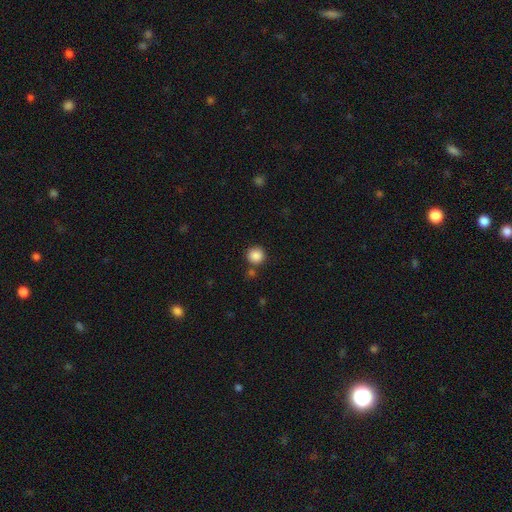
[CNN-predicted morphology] A smooth galaxy with no disk features (87%) that is round (94%).

Vote fractions:
- Smooth or featured? smooth: 87% / star or artifact: 10% / featured or disk: 3%
- How rounded? round: 94% / in between: 5% / cigar-shaped: 1%
- Merging? none: 81% / minor disturbance: 9% / merger: 7% / major disturbance: 3%